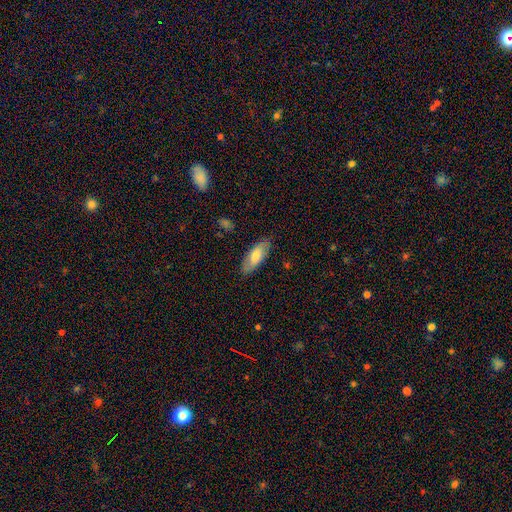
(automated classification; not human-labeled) The model was most divided on "smooth or featured": smooth: 68%, featured or disk: 27%, star or artifact: 6%. More confident: merging — none (84%); how rounded — in between (75%).